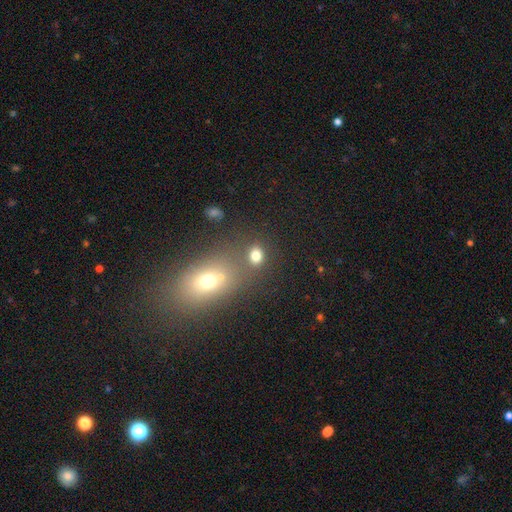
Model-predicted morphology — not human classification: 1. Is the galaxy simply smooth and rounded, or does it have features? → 77% smooth, 16% star or artifact, 8% featured or disk.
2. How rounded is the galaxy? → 50% round, 48% in between, 1% cigar-shaped.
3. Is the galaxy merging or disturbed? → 66% none, 18% merger, 11% minor disturbance, 5% major disturbance.